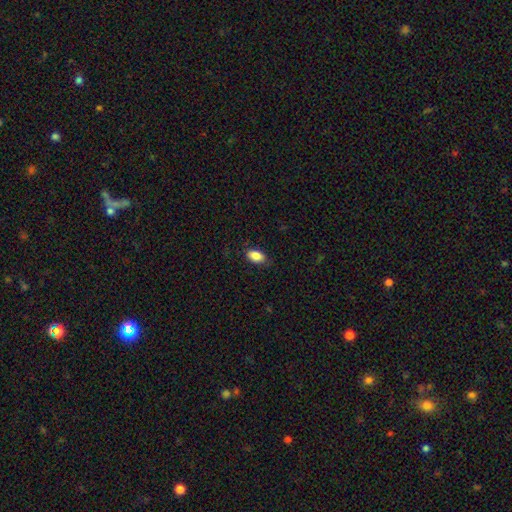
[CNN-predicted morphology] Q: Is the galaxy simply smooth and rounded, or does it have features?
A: smooth — 87%.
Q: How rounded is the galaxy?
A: in between — 92%.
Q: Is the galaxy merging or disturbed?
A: none — 82%.